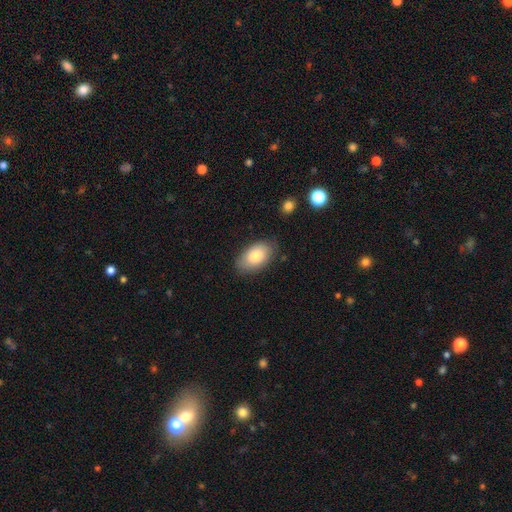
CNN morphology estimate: This appears to be a smooth galaxy with no disk features (82%) that is in between round and cigar-shaped (93%). Merging: none (81%).